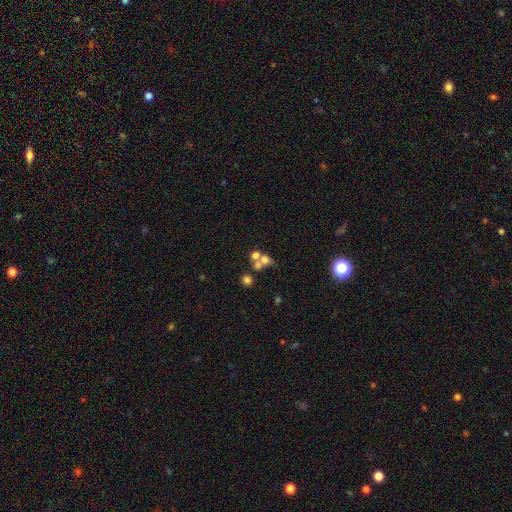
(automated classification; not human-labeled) smooth-or-featured: star or artifact: 41% | smooth: 40% | featured or disk: 19%